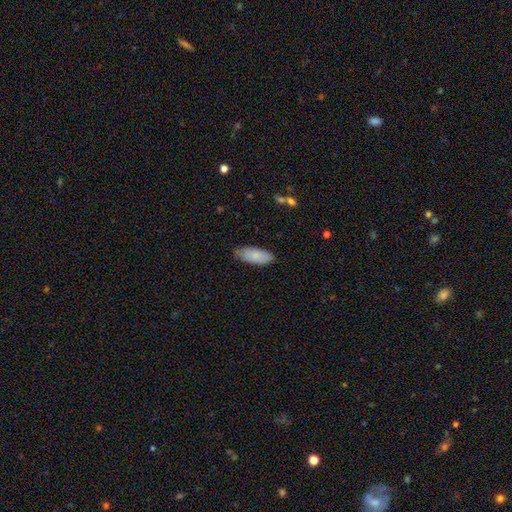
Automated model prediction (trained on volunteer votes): Q: Smooth or featured?
A: smooth (86%); runner-up: featured or disk (8%)
Q: How rounded?
A: in between (80%); runner-up: cigar-shaped (19%)
Q: Merging?
A: none (79%); runner-up: minor disturbance (18%)